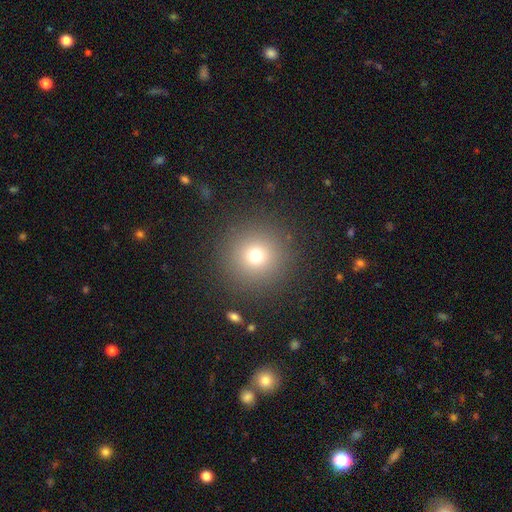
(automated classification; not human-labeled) This appears to be a smooth galaxy with no disk features (71%) that is round (96%). Merging: none (89%).